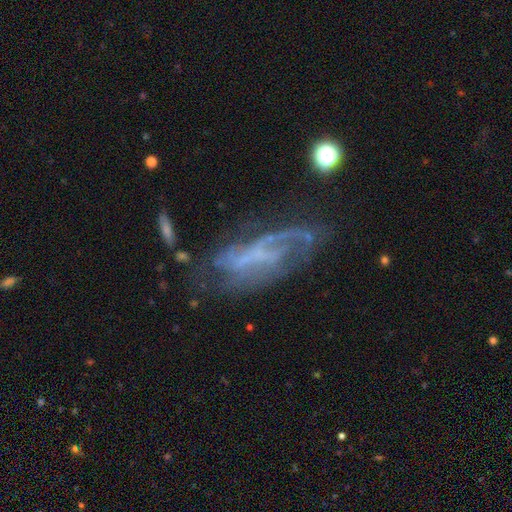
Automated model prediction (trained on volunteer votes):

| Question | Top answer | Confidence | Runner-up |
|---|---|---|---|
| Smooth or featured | featured or disk | 74% | smooth (15%) |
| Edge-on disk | no | 88% | yes (12%) |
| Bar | no | 46% | weak (32%) |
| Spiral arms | yes | 72% | no (28%) |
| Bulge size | none | 64% | small (23%) |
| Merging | none | 43% | major disturbance (28%) |